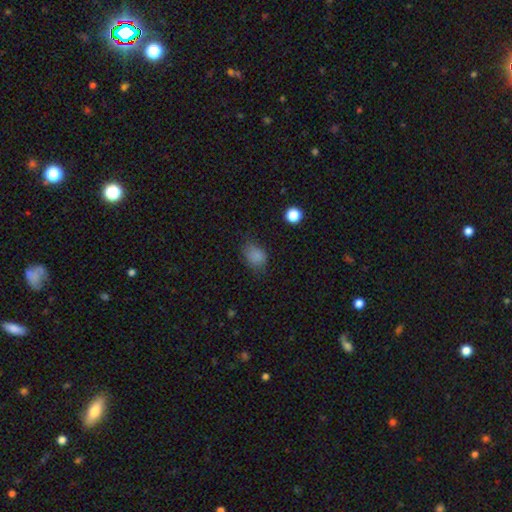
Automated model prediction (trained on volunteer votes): A smooth galaxy with no disk features (83%) that is in between round and cigar-shaped (67%). Merging: none (67%).